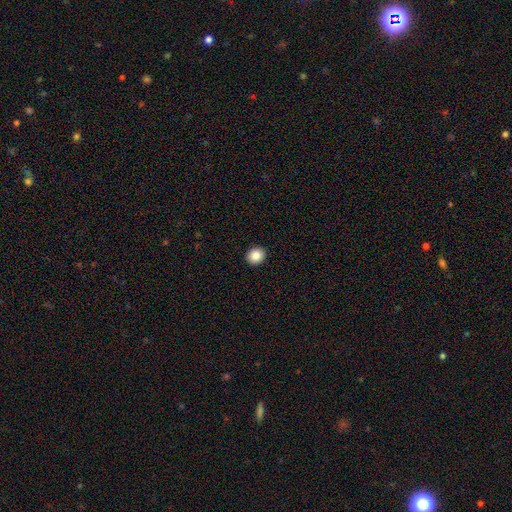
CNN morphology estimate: Smooth or featured: smooth — 87% (star or artifact — 9%)
How rounded: round — 83% (in between — 16%)
Merging: none — 93% (minor disturbance — 4%)